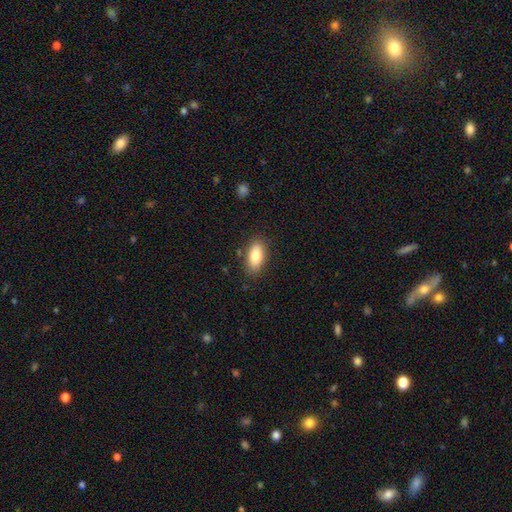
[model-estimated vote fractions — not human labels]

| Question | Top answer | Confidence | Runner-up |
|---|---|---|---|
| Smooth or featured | smooth | 84% | featured or disk (10%) |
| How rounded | in between | 89% | cigar-shaped (8%) |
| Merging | none | 84% | minor disturbance (11%) |